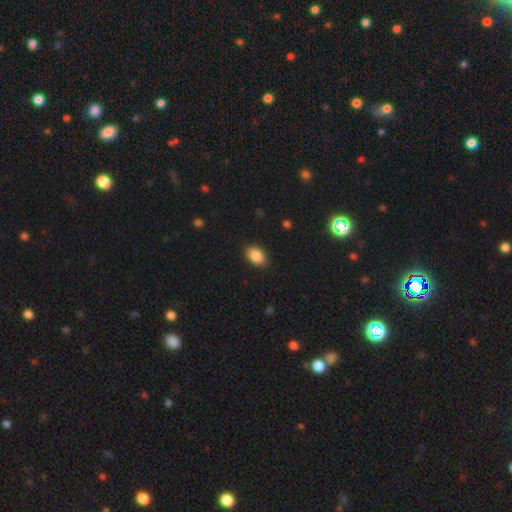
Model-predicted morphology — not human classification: Smooth or featured?
  - smooth: 88% *
  - star or artifact: 8%
  - featured or disk: 4%
How rounded?
  - in between: 91% *
  - round: 8%
  - cigar-shaped: 1%
Merging?
  - none: 89% *
  - minor disturbance: 8%
  - major disturbance: 2%
  - merger: 1%